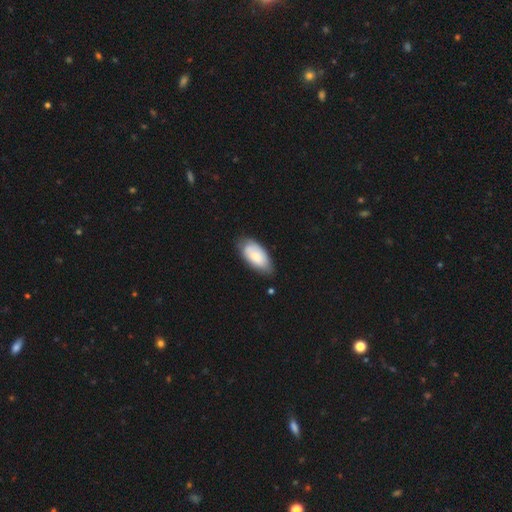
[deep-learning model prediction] Overall: smooth (69%). How rounded: in between (93%). Merging: none (67%; minor disturbance 27%).